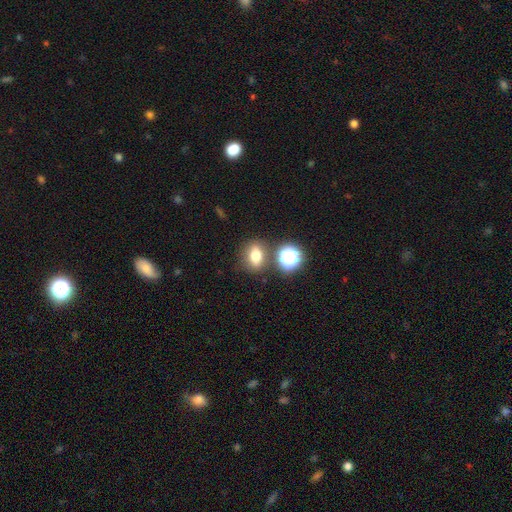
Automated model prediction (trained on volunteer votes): Smooth or featured? Predicted: smooth (p=0.71). How rounded? Predicted: in between (p=0.56). Merging? Predicted: none (p=0.72).